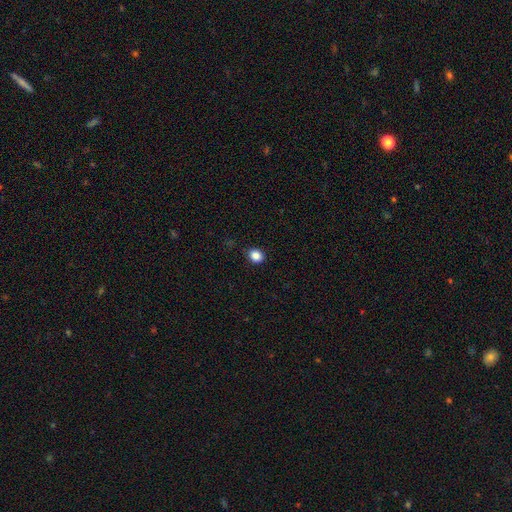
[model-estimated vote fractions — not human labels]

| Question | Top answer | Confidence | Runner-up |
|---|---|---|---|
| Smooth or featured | smooth | 86% | star or artifact (10%) |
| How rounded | round | 63% | in between (36%) |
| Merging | none | 87% | minor disturbance (10%) |